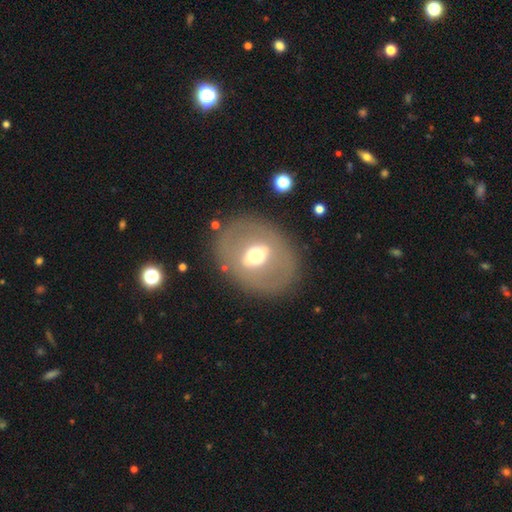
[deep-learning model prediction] featured or disk 57%, smooth 35%, star or artifact 8%. Down the decision tree: edge-on disk — no (81%); merging — none (82%).